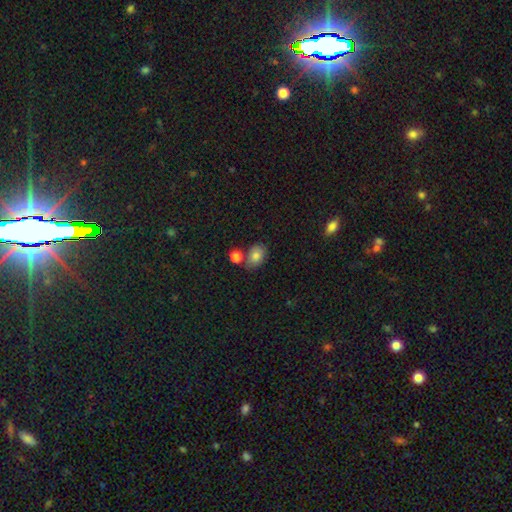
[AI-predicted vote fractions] This is clearly a smooth galaxy (81%). How rounded: likely in between (72%). Merging: likely none (62%).